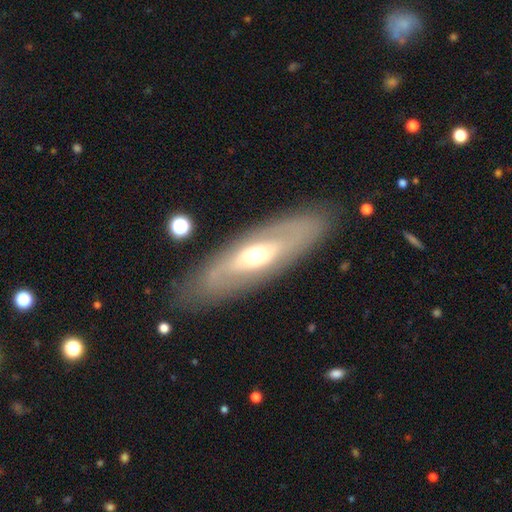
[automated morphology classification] The model was most divided on "smooth or featured": featured or disk: 62%, smooth: 32%, star or artifact: 6%. More confident: merging — none (83%); edge-on disk — no (72%).